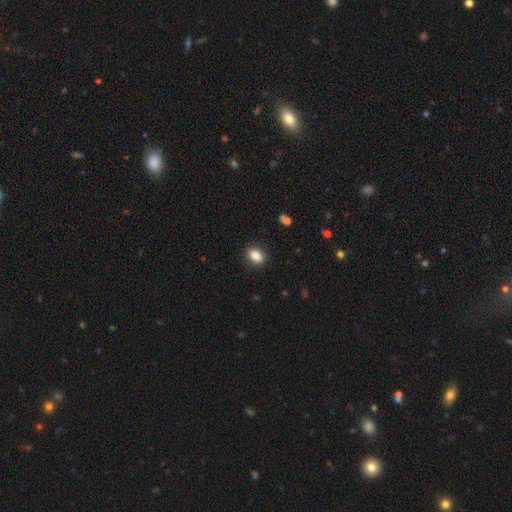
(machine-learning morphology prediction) A smooth galaxy with no disk features (86%) that is in between round and cigar-shaped (80%). Merging: none (89%).